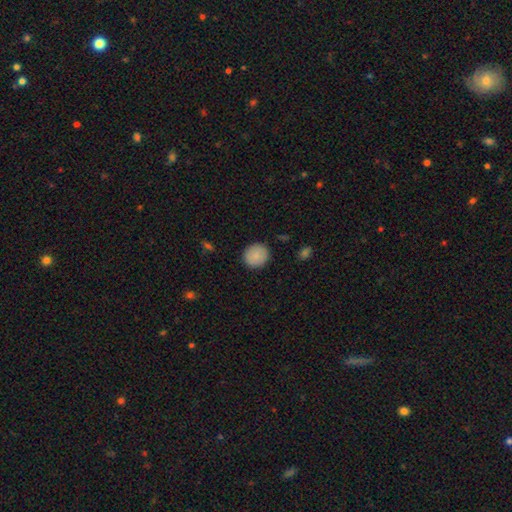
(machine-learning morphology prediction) A smooth galaxy with no disk features (88%) that is round (88%). Merging: none (90%).